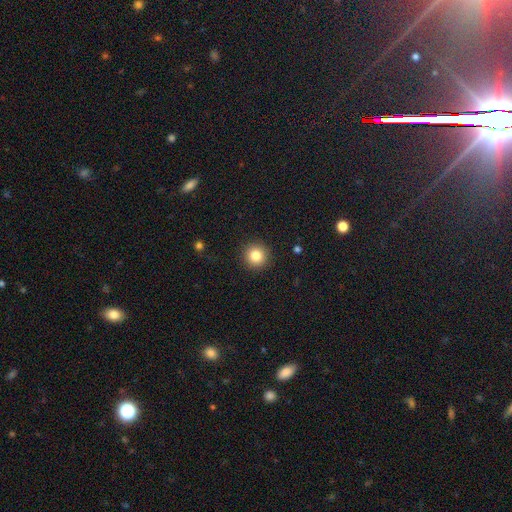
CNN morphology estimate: Smooth or featured? Predicted: smooth (p=0.83). How rounded? Predicted: round (p=0.95). Merging? Predicted: none (p=0.92).